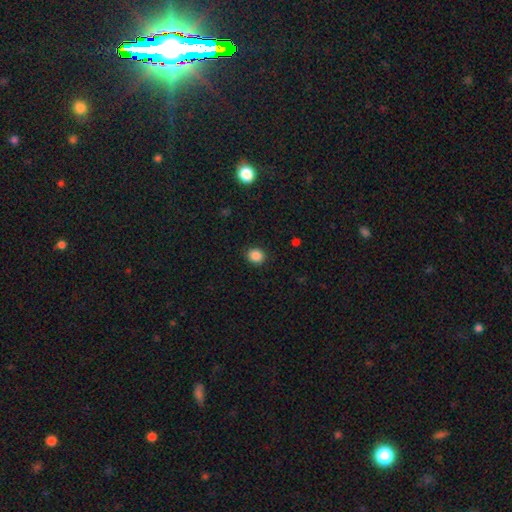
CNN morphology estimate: The model was most divided on "how rounded": round: 75%, in between: 24%, cigar-shaped: 1%. More confident: merging — none (91%); smooth or featured — smooth (87%).